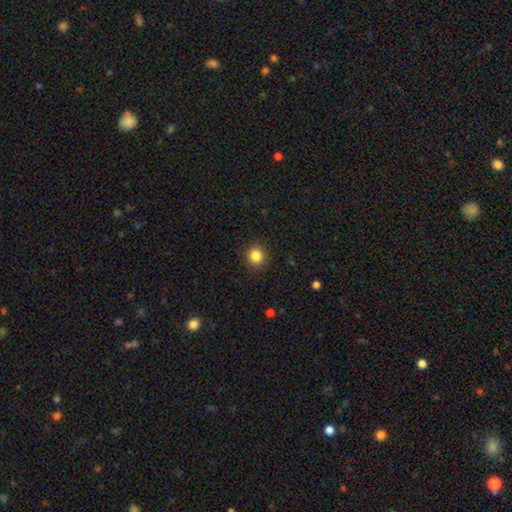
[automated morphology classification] smooth-or-featured: smooth: 85% | star or artifact: 11% | featured or disk: 4%
  how-rounded: round: 90% | in between: 9% | cigar-shaped: 1%
  merging: none: 90% | minor disturbance: 7% | major disturbance: 2% | merger: 1%